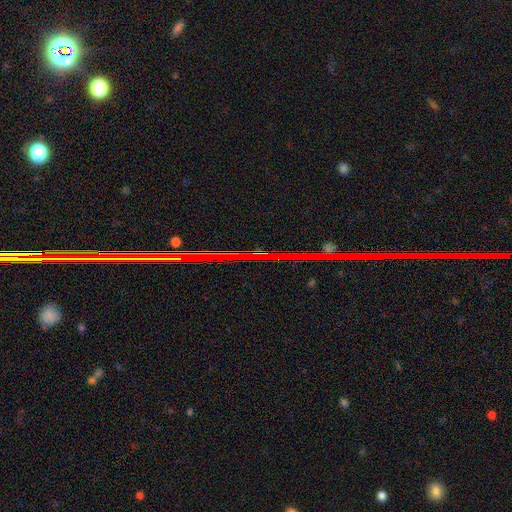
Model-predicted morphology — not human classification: star or artifact 83%, featured or disk 9%, smooth 8%.